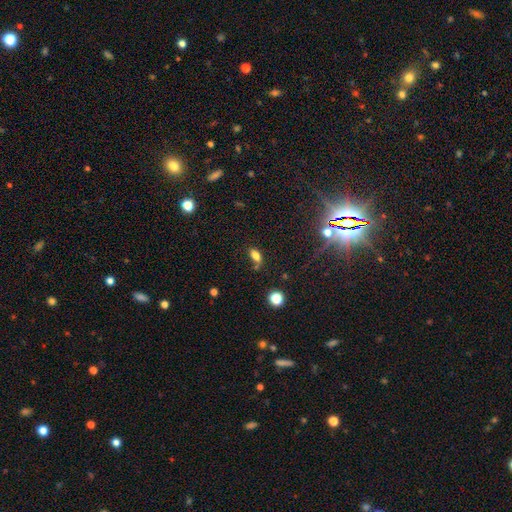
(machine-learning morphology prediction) This appears to be a smooth galaxy with no disk features (75%) that is in between round and cigar-shaped (84%). Merging: none (55%).